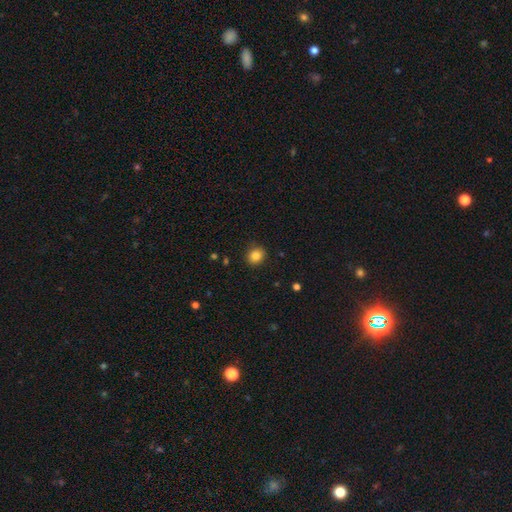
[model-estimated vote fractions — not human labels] A smooth galaxy with no disk features (84%) that is round (81%). Merging: none (89%).